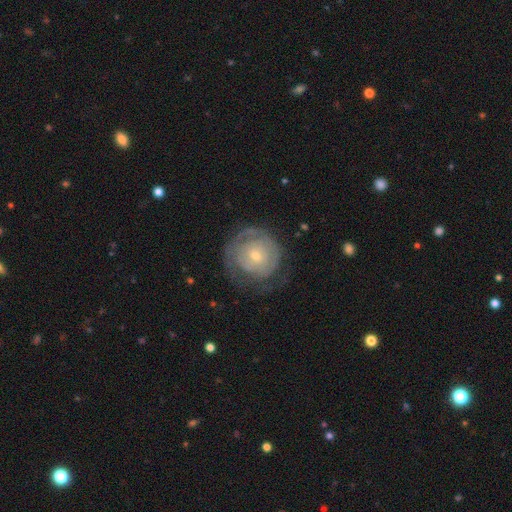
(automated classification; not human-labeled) Smooth or featured? featured or disk (66%)
Edge-on disk? no (97%)
Bar? no (82%)
Spiral arms? yes (70%)
Bulge size? small (67%)
Merging? none (67%)